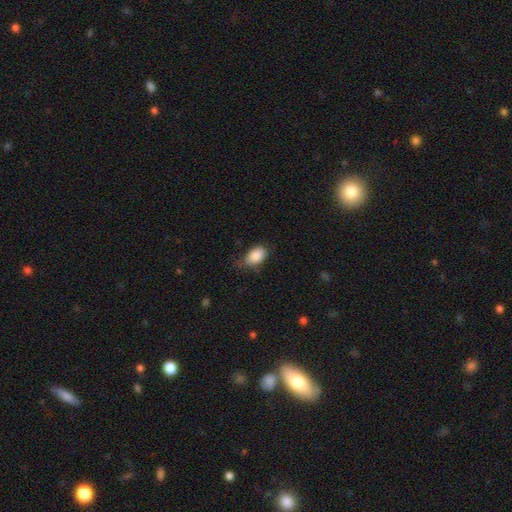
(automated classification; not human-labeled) Smooth or featured?
  - smooth: 87% *
  - star or artifact: 7%
  - featured or disk: 6%
How rounded?
  - in between: 88% *
  - round: 11%
  - cigar-shaped: 1%
Merging?
  - none: 62% *
  - minor disturbance: 29%
  - major disturbance: 7%
  - merger: 1%